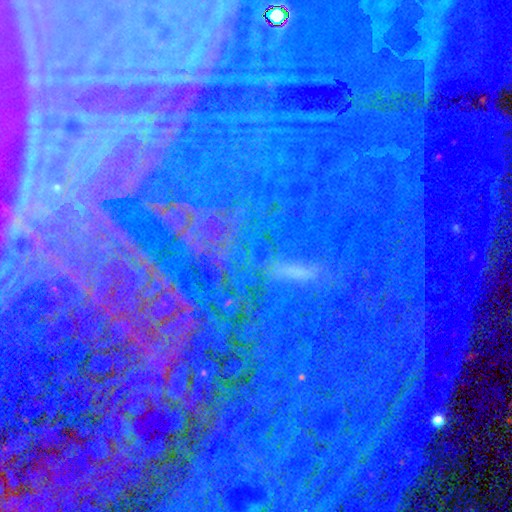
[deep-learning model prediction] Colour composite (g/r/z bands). It shows a star or artifact, not a galaxy (82%).